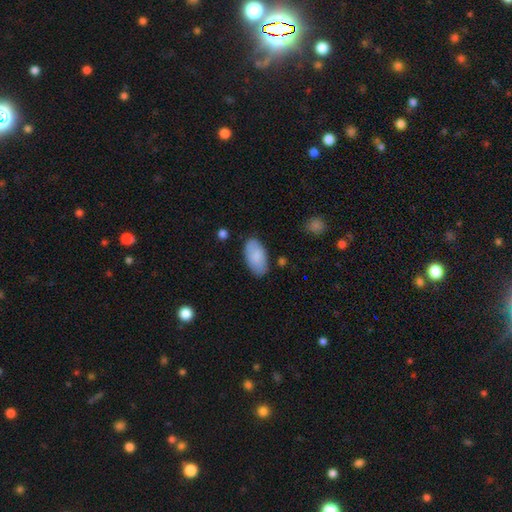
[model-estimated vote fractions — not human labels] A smooth galaxy with no disk features (83%) that is in between round and cigar-shaped (95%).

Vote fractions:
- Smooth or featured? smooth: 83% / featured or disk: 11% / star or artifact: 6%
- How rounded? in between: 95% / cigar-shaped: 3% / round: 2%
- Merging? none: 82% / minor disturbance: 13% / major disturbance: 3% / merger: 2%